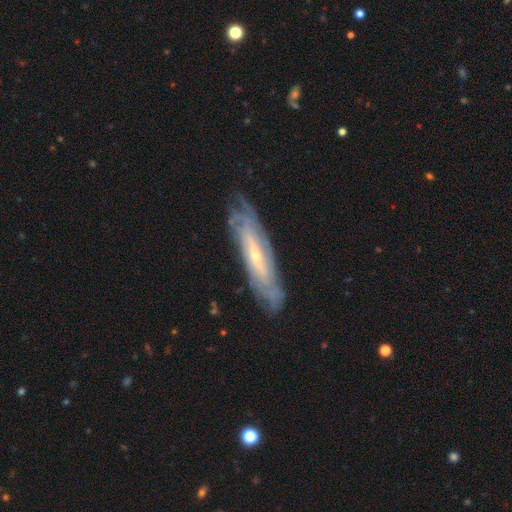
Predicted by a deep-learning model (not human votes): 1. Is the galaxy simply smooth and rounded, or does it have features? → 79% featured or disk, 15% smooth, 6% star or artifact.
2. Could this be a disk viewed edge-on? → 70% no, 30% yes.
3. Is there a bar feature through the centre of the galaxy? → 55% no, 31% weak, 14% strong.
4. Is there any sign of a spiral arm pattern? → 88% yes, 12% no.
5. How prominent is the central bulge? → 75% small, 21% moderate, 1% large, 1% none, 1% dominant.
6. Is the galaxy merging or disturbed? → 76% none, 17% minor disturbance, 5% major disturbance, 1% merger.